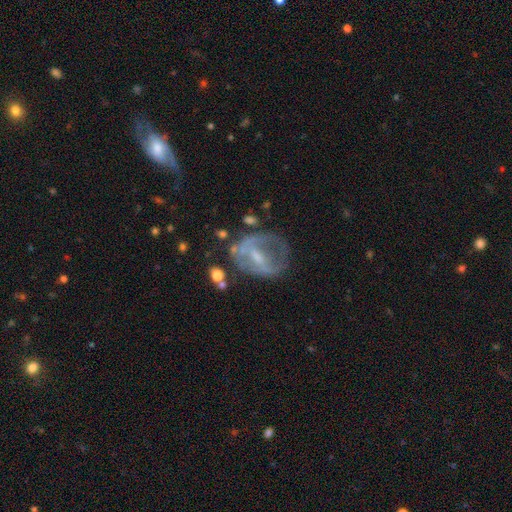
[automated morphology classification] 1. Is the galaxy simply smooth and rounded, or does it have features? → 65% featured or disk, 24% smooth, 11% star or artifact.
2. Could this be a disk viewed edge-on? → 96% no, 4% yes.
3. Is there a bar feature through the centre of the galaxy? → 44% weak, 36% no, 20% strong.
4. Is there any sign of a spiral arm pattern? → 57% no, 43% yes.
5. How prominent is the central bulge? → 41% small, 34% moderate, 21% none, 3% large, 1% dominant.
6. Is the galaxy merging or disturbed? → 43% none, 28% major disturbance, 23% minor disturbance, 6% merger.